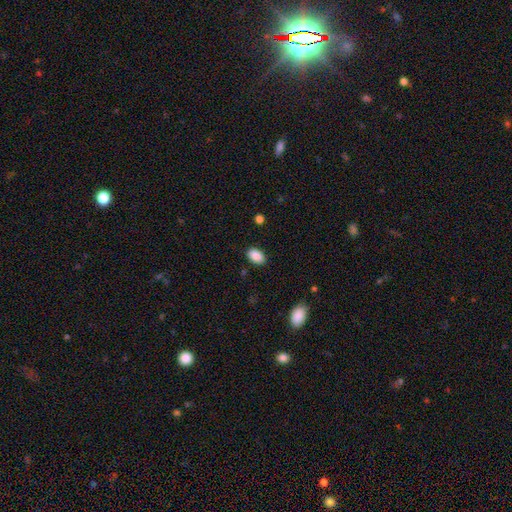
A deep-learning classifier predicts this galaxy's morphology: A smooth galaxy with no disk features (90%) that is in between round and cigar-shaped (91%).

Vote fractions:
- Smooth or featured? smooth: 90% / star or artifact: 7% / featured or disk: 3%
- How rounded? in between: 91% / round: 8% / cigar-shaped: 1%
- Merging? none: 87% / minor disturbance: 9% / major disturbance: 2% / merger: 1%